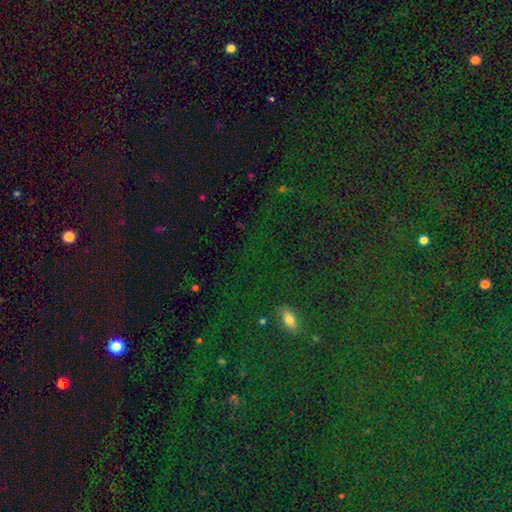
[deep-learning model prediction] Smooth or featured: star or artifact — 79% (smooth — 14%)